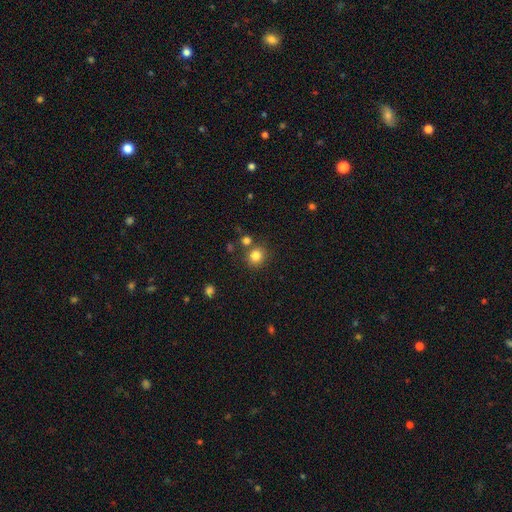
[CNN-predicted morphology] This is clearly a smooth galaxy (83%). How rounded: clearly round (85%). Merging: likely none (76%).